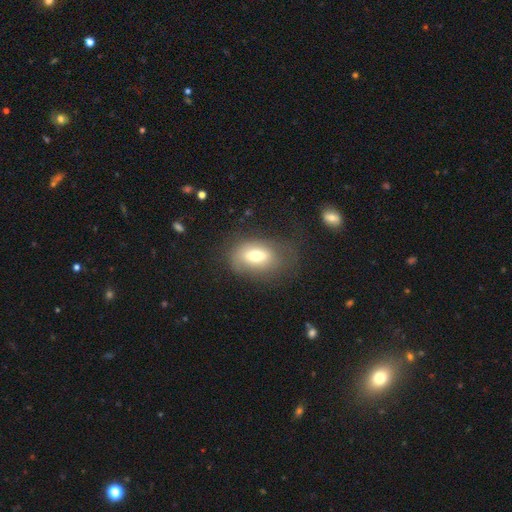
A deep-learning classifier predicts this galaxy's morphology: This is likely a smooth galaxy (68%). How rounded: clearly in between (84%). Merging: possibly none (56%).